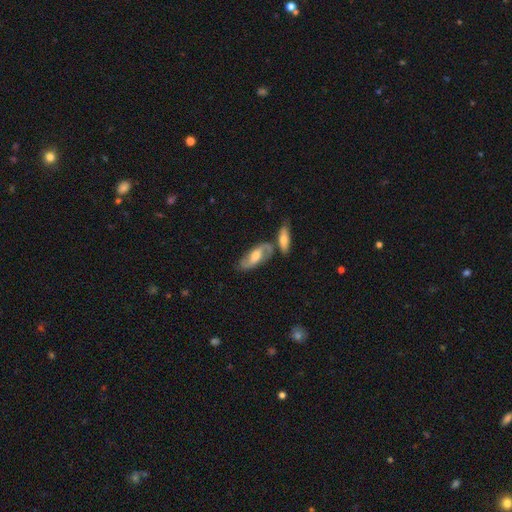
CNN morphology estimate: A featured or disk galaxy (65%) with a weak bar (44%), spiral arms (88%) and a moderate central bulge (60%). Merging: none (60%).